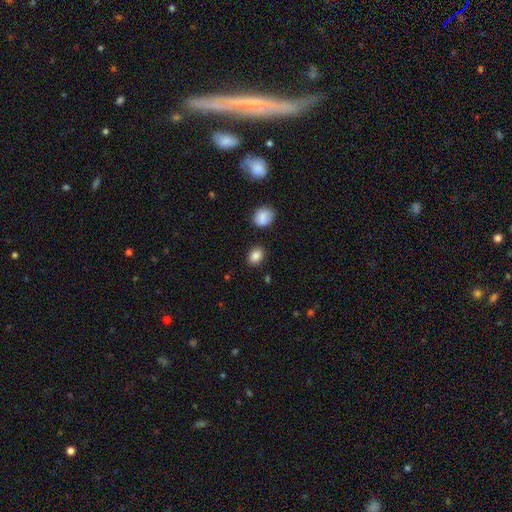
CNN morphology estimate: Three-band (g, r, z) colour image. It shows a smooth galaxy with no disk features (85%) that is in between round and cigar-shaped (56%). Merging: none (85%).